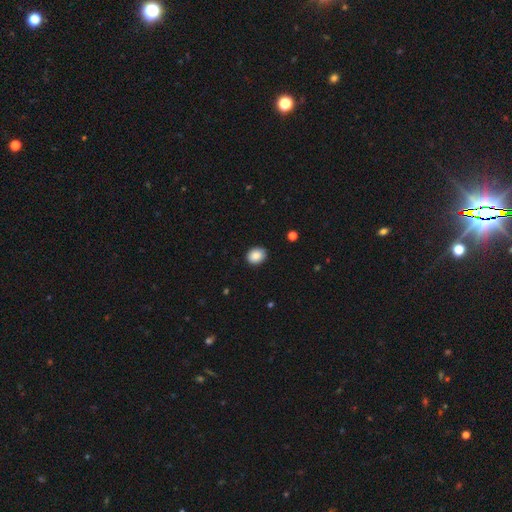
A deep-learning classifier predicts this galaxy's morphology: Smooth or featured? smooth (87%)
How rounded? round (54%)
Merging? none (87%)